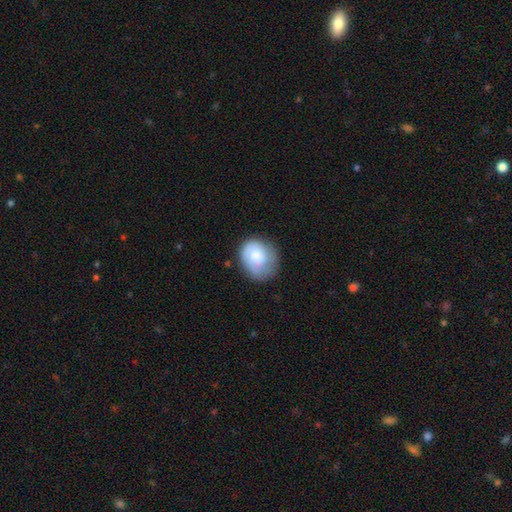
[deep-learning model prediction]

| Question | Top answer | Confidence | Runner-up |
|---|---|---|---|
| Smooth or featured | smooth | 74% | featured or disk (20%) |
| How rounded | round | 57% | in between (42%) |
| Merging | none | 60% | minor disturbance (27%) |